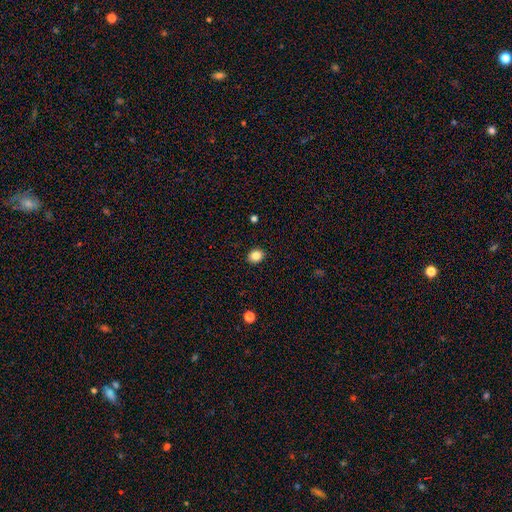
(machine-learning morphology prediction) type=smooth (85%); roundness=round (58%); merging=none (91%).